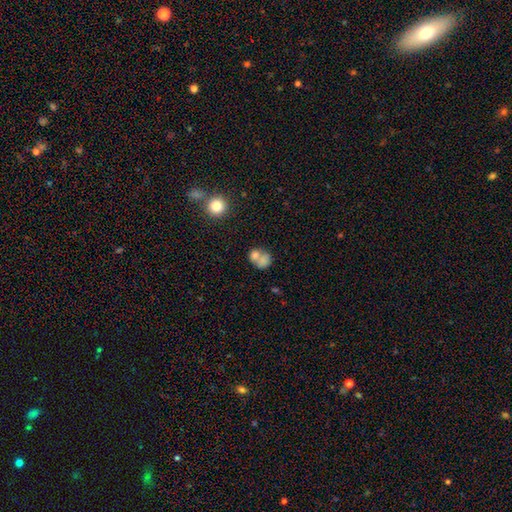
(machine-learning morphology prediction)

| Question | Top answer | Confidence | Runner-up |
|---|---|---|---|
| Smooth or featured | smooth | 74% | featured or disk (16%) |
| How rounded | round | 65% | in between (34%) |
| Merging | merger | 53% | none (31%) |